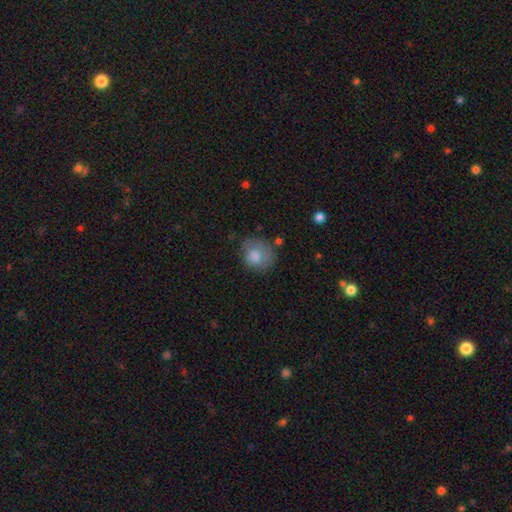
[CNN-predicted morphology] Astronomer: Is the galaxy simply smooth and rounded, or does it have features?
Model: smooth — 79%.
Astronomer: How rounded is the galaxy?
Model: round — 74%.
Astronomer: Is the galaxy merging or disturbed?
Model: none — 56%.